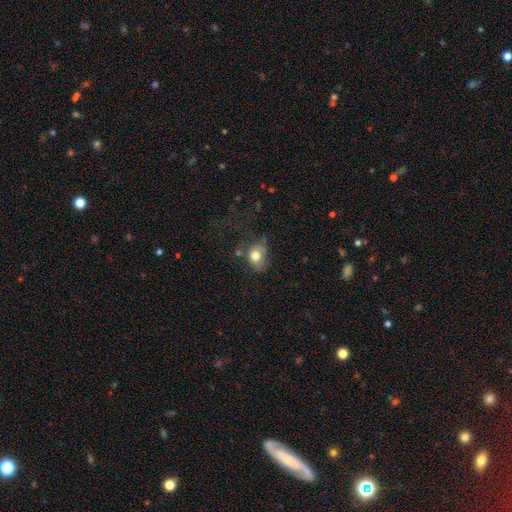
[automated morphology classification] Smooth or featured? smooth (76%)
How rounded? round (52%)
Merging? none (43%)